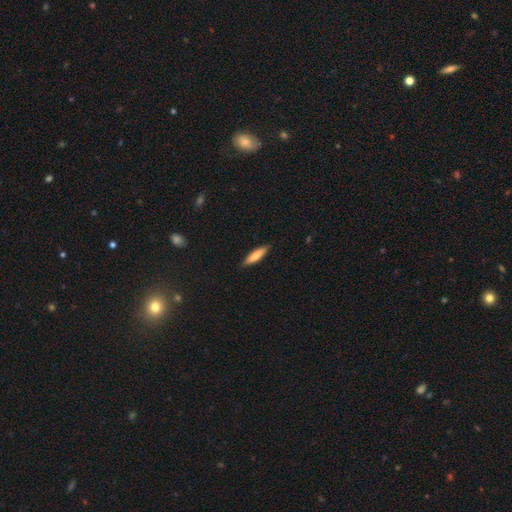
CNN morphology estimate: A smooth galaxy with no disk features (77%) that is cigar-shaped (76%).

Vote fractions:
- Smooth or featured? smooth: 77% / featured or disk: 17% / star or artifact: 6%
- How rounded? cigar-shaped: 76% / in between: 22% / round: 1%
- Merging? none: 87% / minor disturbance: 10% / major disturbance: 2% / merger: 1%